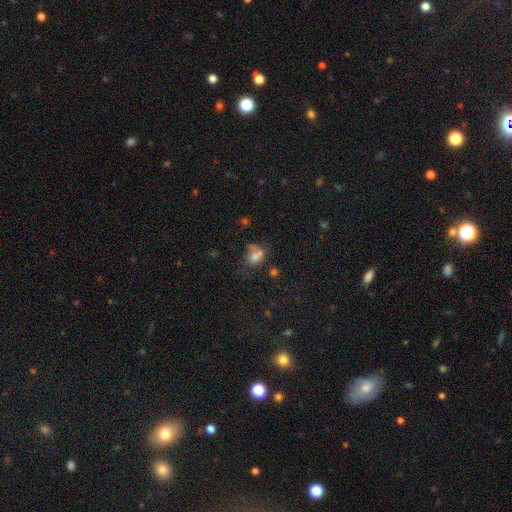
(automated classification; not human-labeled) Smooth or featured? smooth (66%)
How rounded? in between (64%)
Merging? merger (38%)